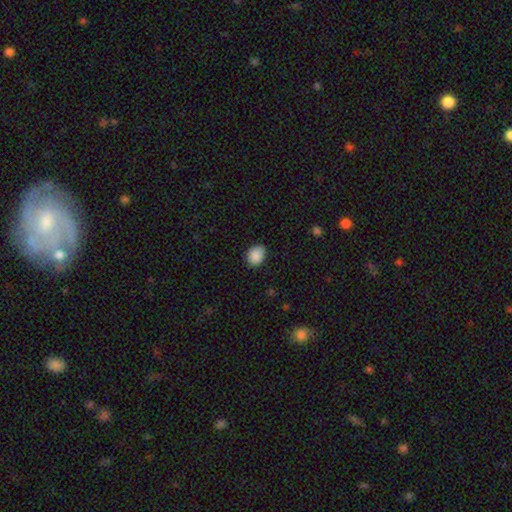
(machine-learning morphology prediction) Smooth or featured?
  - smooth: 89% *
  - star or artifact: 8%
  - featured or disk: 3%
How rounded?
  - in between: 65% *
  - round: 34%
  - cigar-shaped: 1%
Merging?
  - none: 78% *
  - minor disturbance: 18%
  - major disturbance: 3%
  - merger: 1%